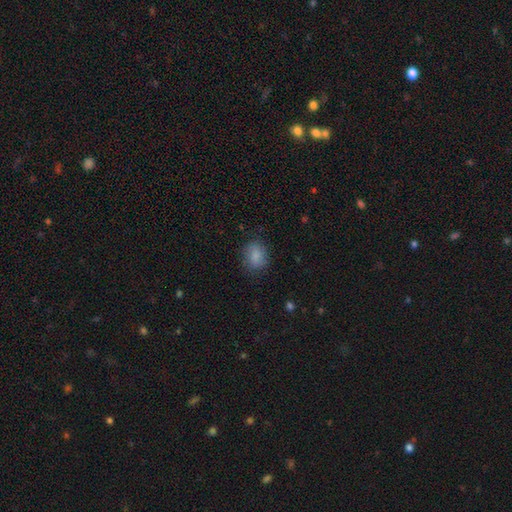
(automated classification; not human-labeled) Overall: smooth (85%). How rounded: in between (58%; round 40%). Merging: none (79%).